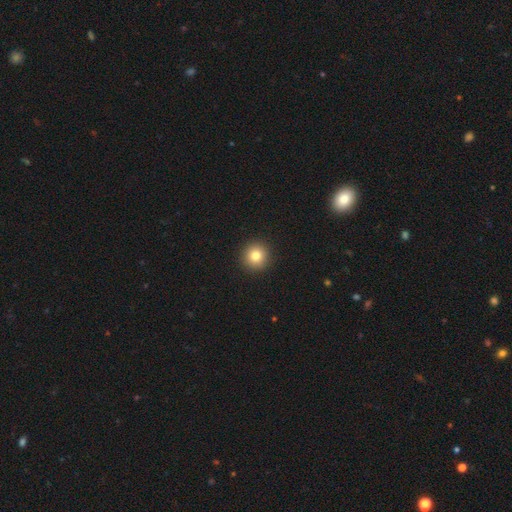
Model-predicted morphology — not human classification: The model was most divided on "smooth or featured": smooth: 81%, star or artifact: 11%, featured or disk: 8%. More confident: how rounded — round (95%); merging — none (93%).